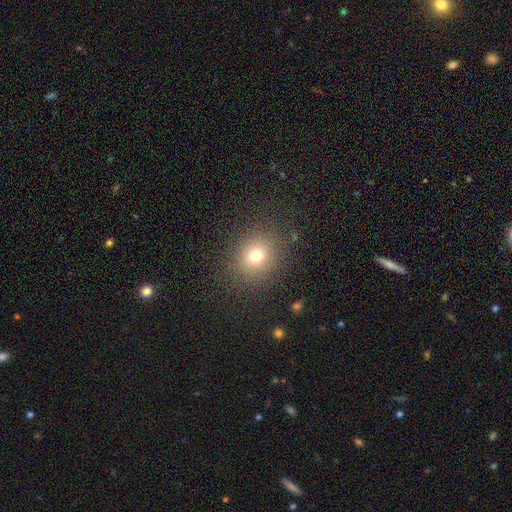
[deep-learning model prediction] This is likely a smooth galaxy (72%). How rounded: likely round (72%). Merging: clearly none (86%).